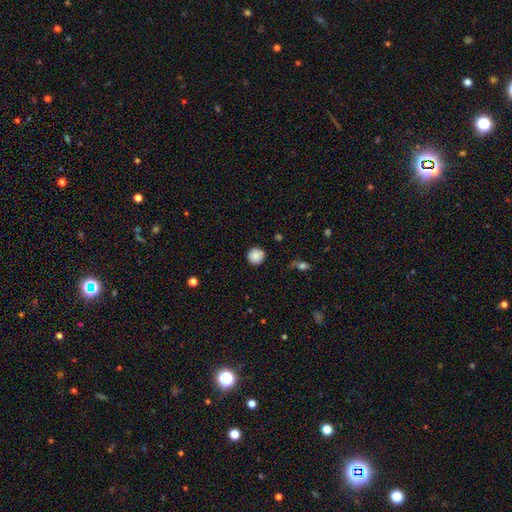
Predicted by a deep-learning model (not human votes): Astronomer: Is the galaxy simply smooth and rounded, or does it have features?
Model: smooth — 87%.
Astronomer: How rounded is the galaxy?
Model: round — 94%.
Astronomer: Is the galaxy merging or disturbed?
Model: none — 86%.